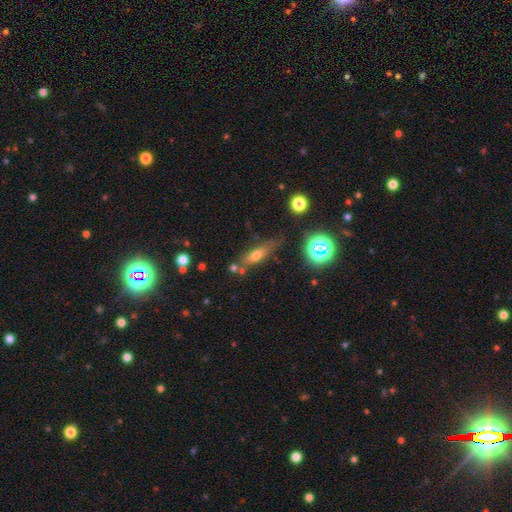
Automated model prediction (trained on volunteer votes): Overall: smooth (58%; featured or disk 26%). How rounded: cigar-shaped (47%; in between 46%). Merging: none (59%; minor disturbance 21%).